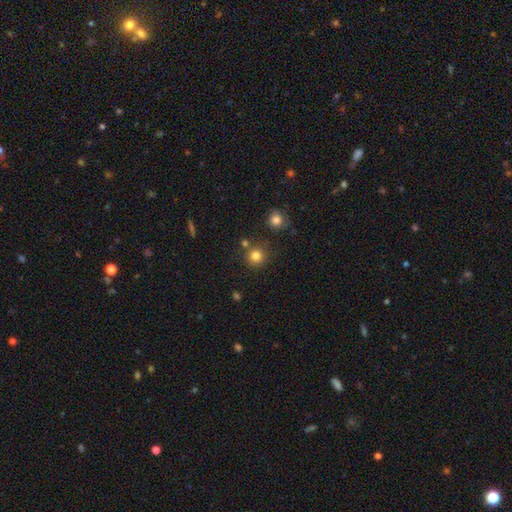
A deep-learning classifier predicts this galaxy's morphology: Overall: smooth (81%). How rounded: round (93%). Merging: none (79%).